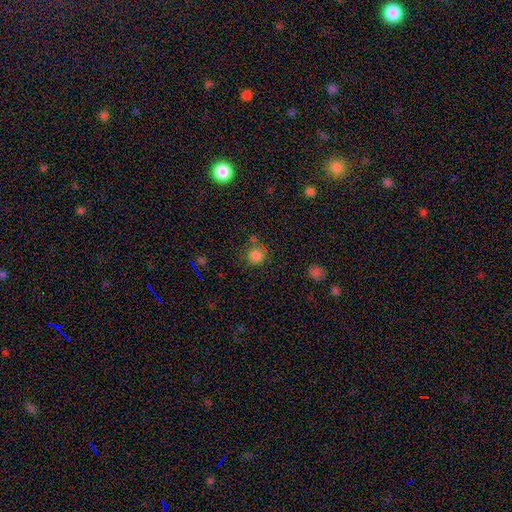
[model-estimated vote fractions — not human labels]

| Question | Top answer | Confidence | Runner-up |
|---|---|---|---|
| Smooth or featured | smooth | 80% | star or artifact (15%) |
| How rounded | round | 91% | in between (8%) |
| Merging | none | 72% | minor disturbance (13%) |